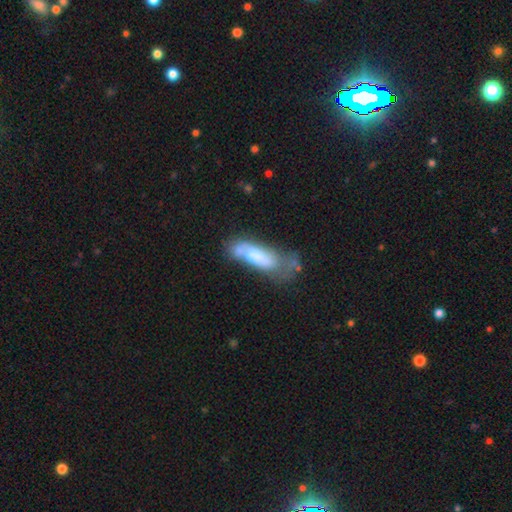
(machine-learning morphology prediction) Overall: smooth (56%; featured or disk 36%). How rounded: in between (57%; cigar-shaped 41%). Merging: major disturbance (27%; merger 26%).